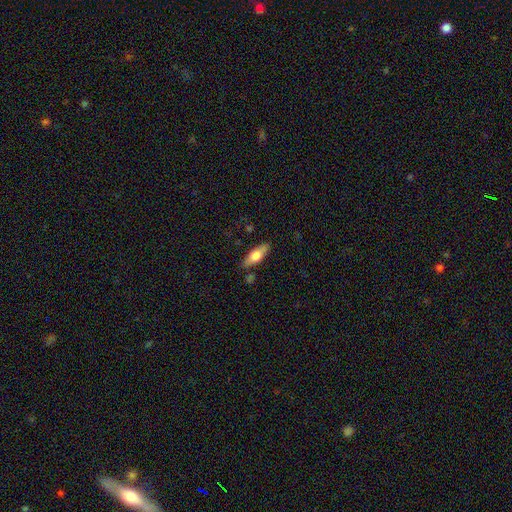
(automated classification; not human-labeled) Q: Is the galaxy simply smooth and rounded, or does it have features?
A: smooth — 58%.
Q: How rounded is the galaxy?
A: in between — 60%.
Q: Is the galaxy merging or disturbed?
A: none — 82%.